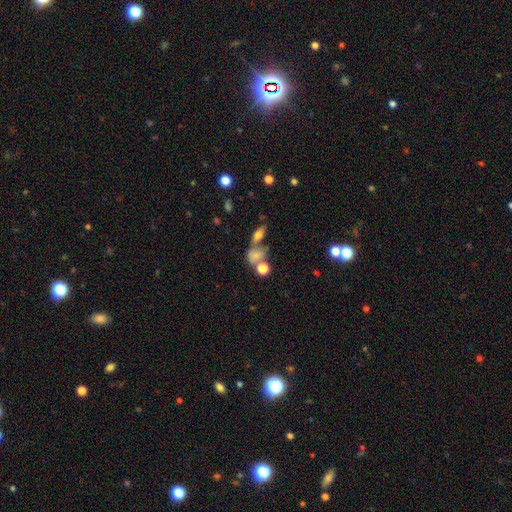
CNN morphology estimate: smooth_or_featured: smooth (p=0.68) [alt: featured or disk p=0.18]
how_rounded: in between (p=0.48) [alt: round p=0.47]
merging: merger (p=0.41) [alt: none p=0.36]